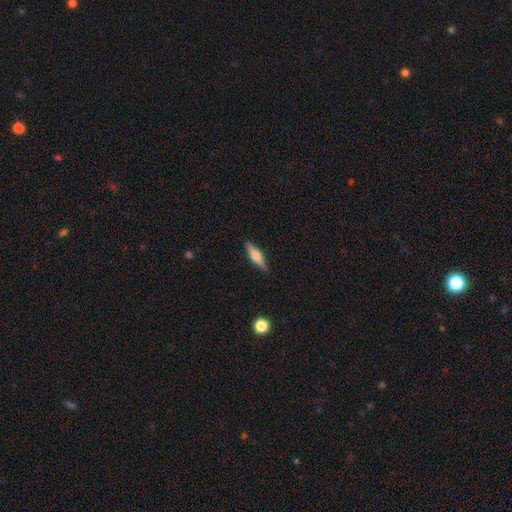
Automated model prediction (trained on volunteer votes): A featured or disk galaxy (52%) viewed edge-on (95%). Merging: none (89%).